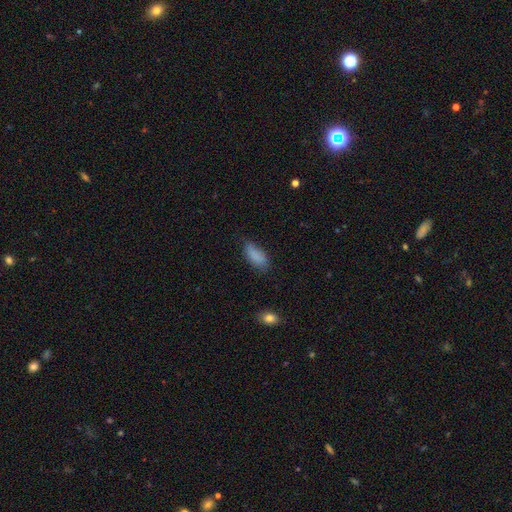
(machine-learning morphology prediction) Overall: smooth (85%). How rounded: in between (87%). Merging: none (60%; minor disturbance 31%).